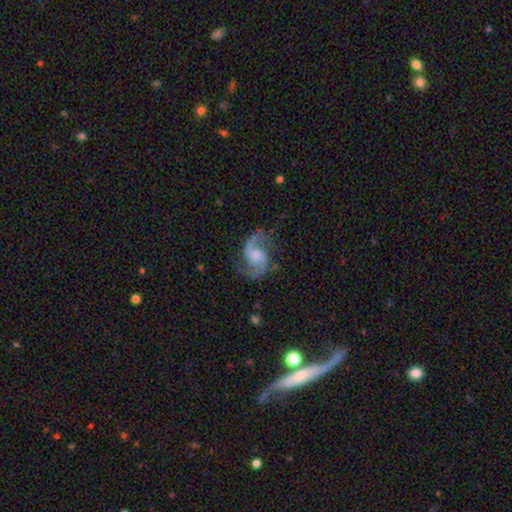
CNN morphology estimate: The model was most divided on "spiral winding": medium: 49%, loose: 43%, tight: 8%. Remaining: edge-on disk — no (98%); spiral arms — yes (98%); spiral arm count — 2 (94%); smooth or featured — featured or disk (90%); merging — none (77%); bar — no (55%); bulge size — moderate (33%).